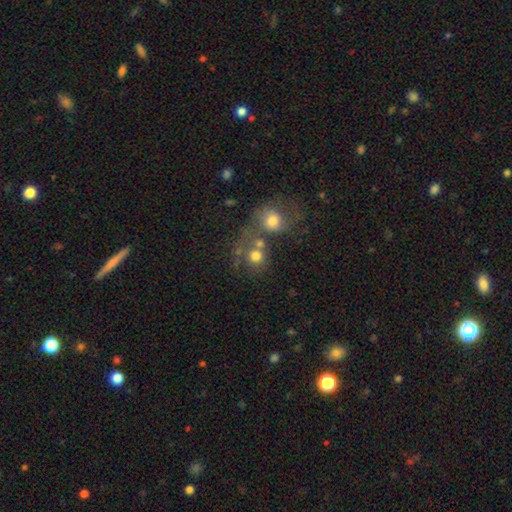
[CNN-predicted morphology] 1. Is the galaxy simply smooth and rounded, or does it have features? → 72% smooth, 14% star or artifact, 14% featured or disk.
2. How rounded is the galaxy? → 82% round, 17% in between, 1% cigar-shaped.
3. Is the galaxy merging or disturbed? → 42% merger (tied), 42% none (tied), 9% minor disturbance, 7% major disturbance.